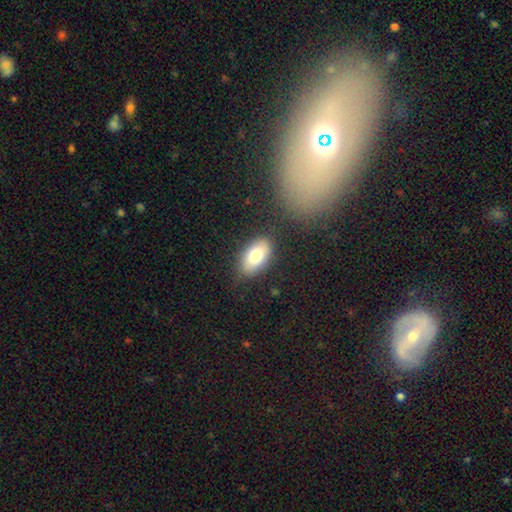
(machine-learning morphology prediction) smooth 80%, featured or disk 13%, star or artifact 7%. Down the decision tree: how rounded — in between (93%); merging — none (79%).